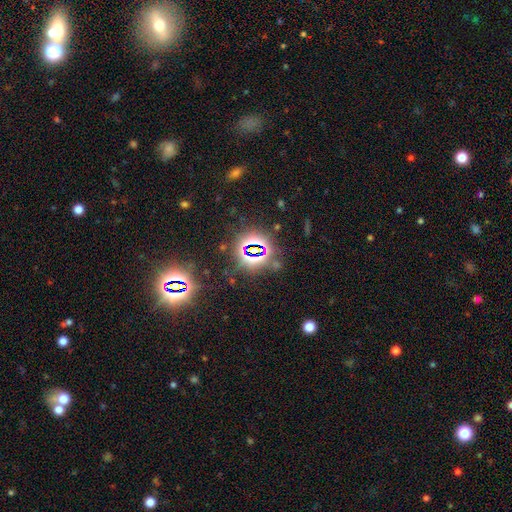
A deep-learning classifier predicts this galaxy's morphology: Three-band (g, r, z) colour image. It shows a star or artifact, not a galaxy (82%).